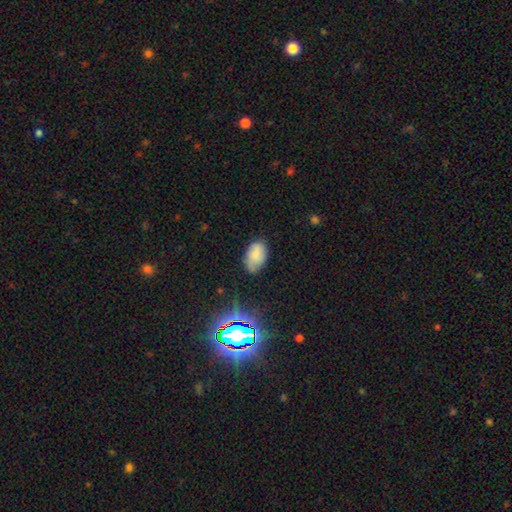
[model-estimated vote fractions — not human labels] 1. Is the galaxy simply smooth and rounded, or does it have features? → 72% smooth, 16% featured or disk, 11% star or artifact.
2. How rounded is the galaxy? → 91% in between, 8% round, 1% cigar-shaped.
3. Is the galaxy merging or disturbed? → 69% none, 24% minor disturbance, 5% major disturbance, 2% merger.